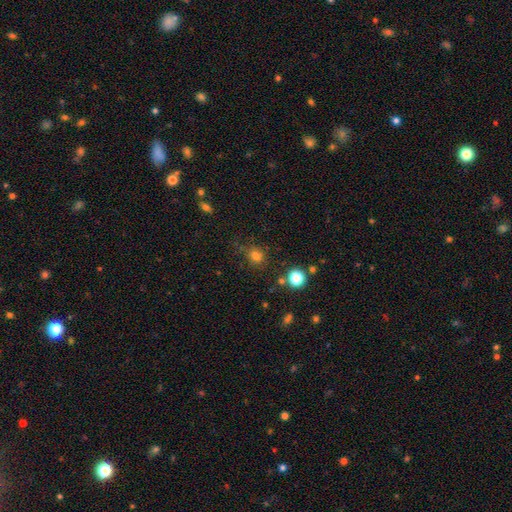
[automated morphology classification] Smooth or featured? smooth (76%)
How rounded? round (75%)
Merging? none (70%)